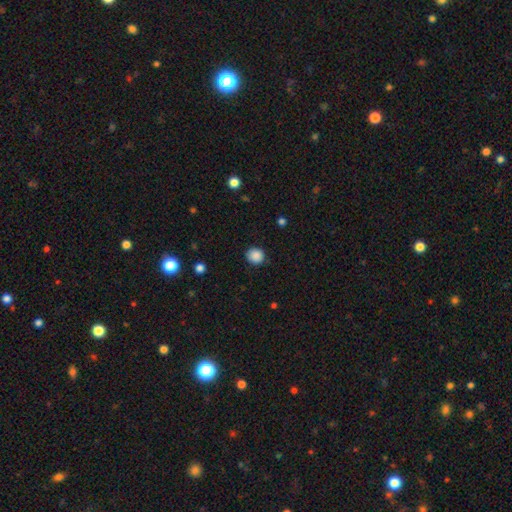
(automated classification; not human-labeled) A smooth galaxy with no disk features (87%) that is round (89%). Merging: none (88%).